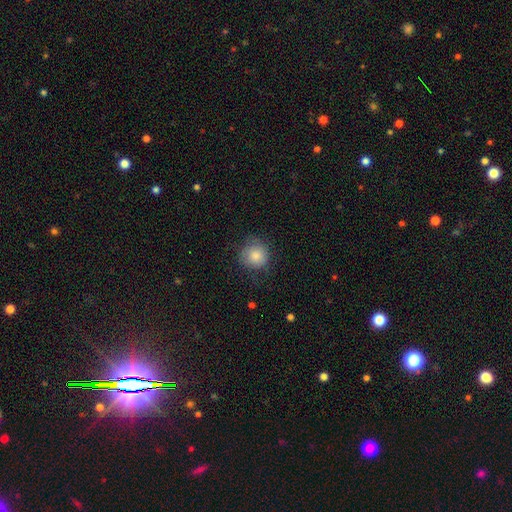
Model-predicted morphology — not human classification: A smooth galaxy with no disk features (82%) that is round (88%). Merging: none (65%).